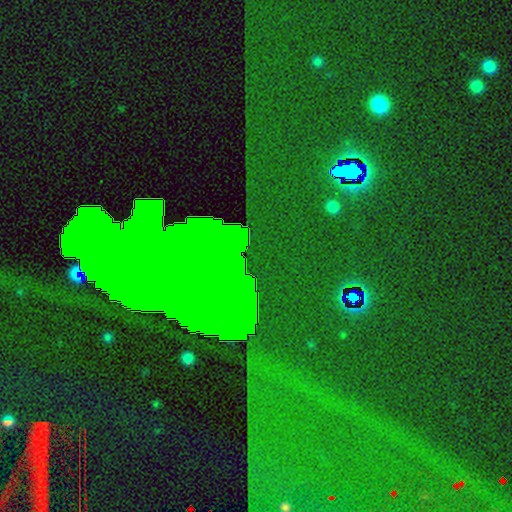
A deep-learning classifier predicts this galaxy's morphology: Smooth or featured?
  - star or artifact: 76% *
  - smooth: 12%
  - featured or disk: 11%